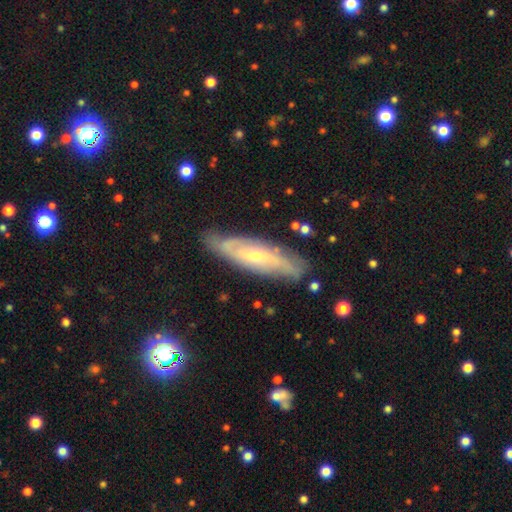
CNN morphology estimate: A featured or disk galaxy (73%) with no bar (46%), spiral arms (86%) and a small central bulge (63%). Merging: none (79%).